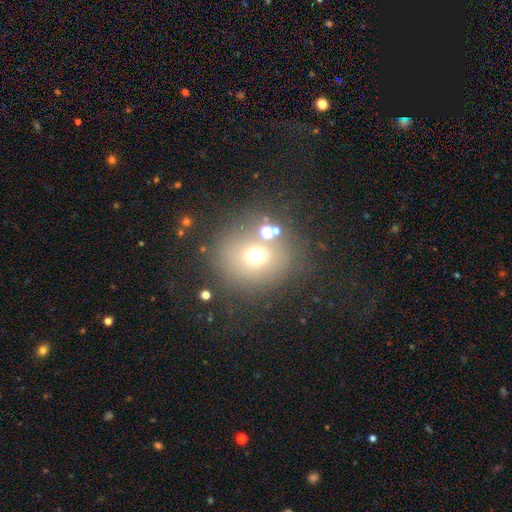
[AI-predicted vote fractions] This is likely a smooth galaxy (63%). How rounded: clearly round (82%). Merging: likely none (69%).